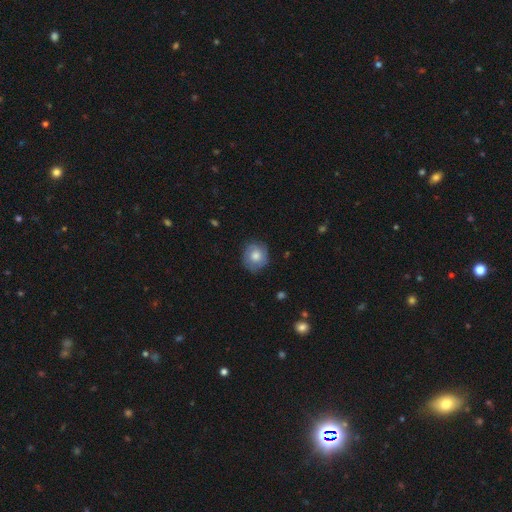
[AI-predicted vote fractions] A smooth galaxy with no disk features (62%) that is round (83%). Merging: none (80%).